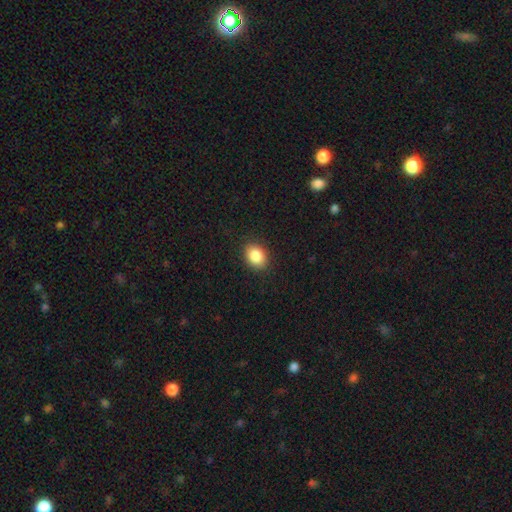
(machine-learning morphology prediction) smooth_or_featured: smooth (p=0.87) [alt: star or artifact p=0.09]
how_rounded: in between (p=0.63) [alt: round p=0.36]
merging: none (p=0.89) [alt: minor disturbance p=0.08]